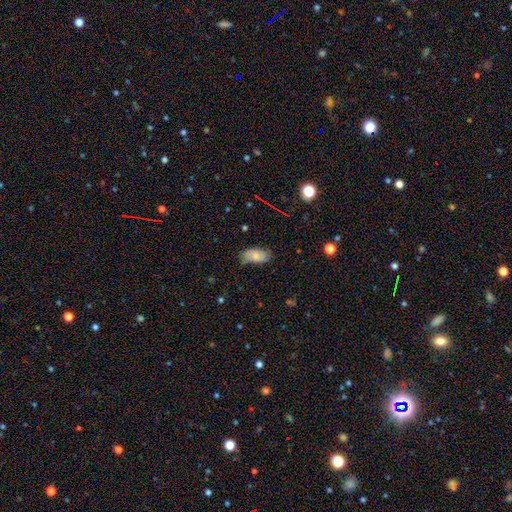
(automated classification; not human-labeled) Smooth or featured? Predicted: smooth (p=0.70). How rounded? Predicted: in between (p=0.93). Merging? Predicted: none (p=0.64).